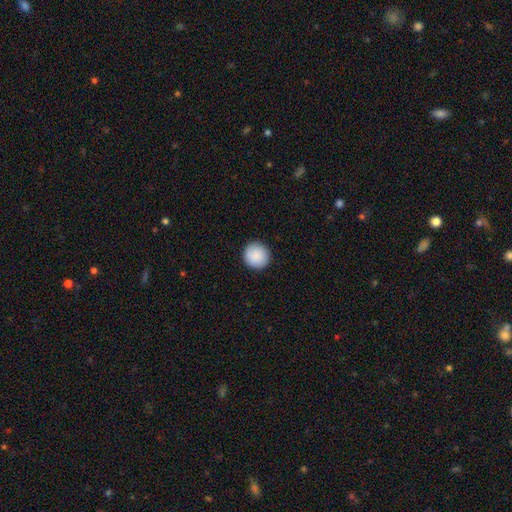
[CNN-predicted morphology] smooth-or-featured: smooth: 89% | star or artifact: 7% | featured or disk: 4%
  how-rounded: round: 95% | in between: 4% | cigar-shaped: 1%
  merging: none: 92% | minor disturbance: 5% | major disturbance: 2% | merger: 1%